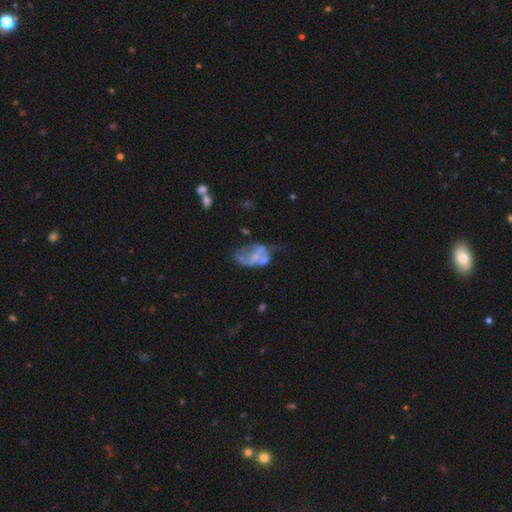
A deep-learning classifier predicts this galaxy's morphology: Smooth or featured?
  - featured or disk: 58% *
  - smooth: 29%
  - star or artifact: 13%
Edge-on disk?
  - no: 97% *
  - yes: 3%
Bar?
  - no: 79% *
  - weak: 16%
  - strong: 6%
Spiral arms?
  - no: 82% *
  - yes: 18%
Bulge size?
  - none: 58% *
  - small: 25%
  - moderate: 14%
  - large: 2%
  - dominant: 1%
Merging?
  - major disturbance: 36% *
  - none: 24%
  - minor disturbance: 20%
  - merger: 19%